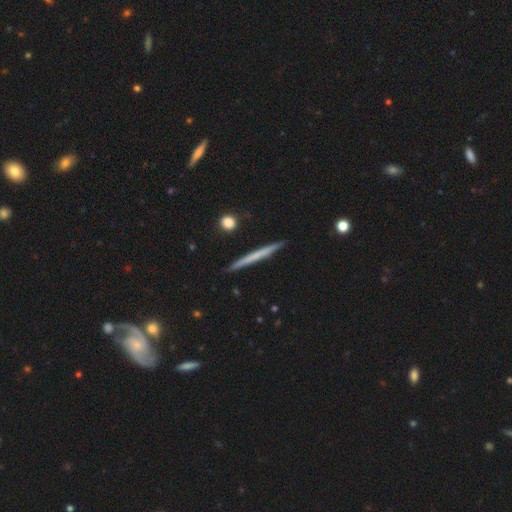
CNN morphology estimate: This appears to be a smooth galaxy with no disk features (49%). Merging: none (91%).